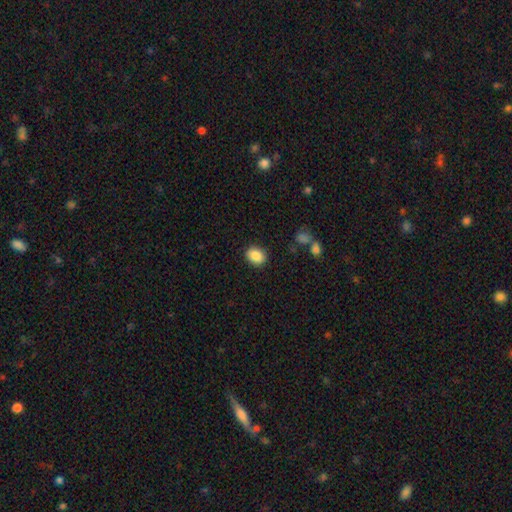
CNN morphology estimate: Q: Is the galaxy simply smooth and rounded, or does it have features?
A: smooth — 87%.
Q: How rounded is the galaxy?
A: in between — 61%.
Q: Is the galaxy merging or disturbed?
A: none — 88%.